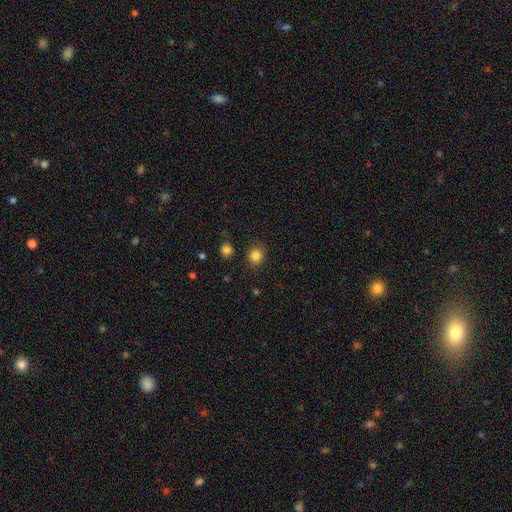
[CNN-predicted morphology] smooth_or_featured: smooth (p=0.84) [alt: star or artifact p=0.12]
how_rounded: round (p=0.82) [alt: in between p=0.17]
merging: none (p=0.87) [alt: minor disturbance p=0.08]